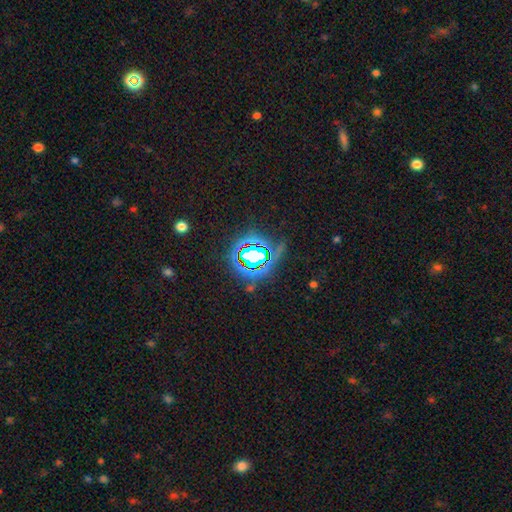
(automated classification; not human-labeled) star or artifact 72%, smooth 15%, featured or disk 12%.